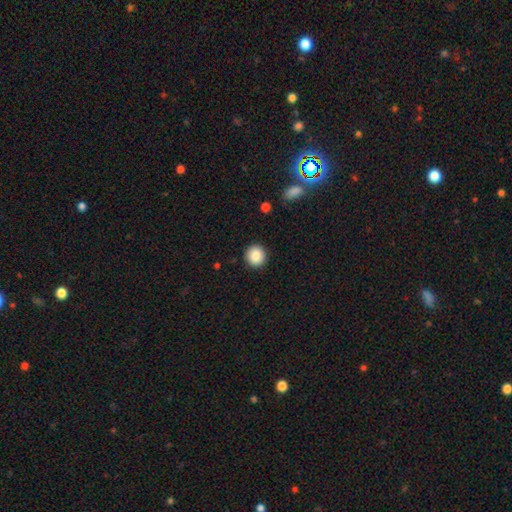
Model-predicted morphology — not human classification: smooth 87%, star or artifact 9%, featured or disk 5%. Down the decision tree: how rounded — round (93%); merging — none (92%).